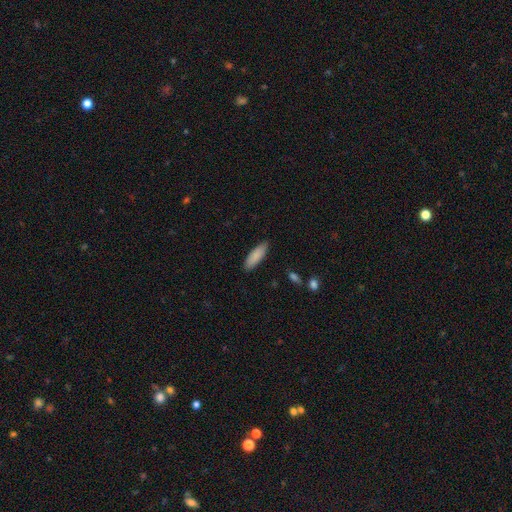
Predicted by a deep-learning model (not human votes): A smooth galaxy with no disk features (87%) that is in between round and cigar-shaped (52%). Merging: none (87%).